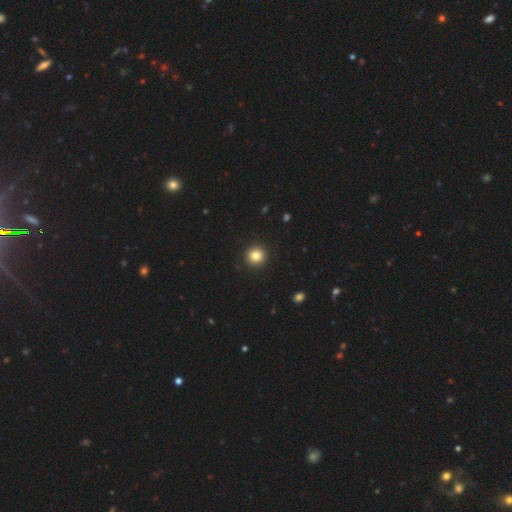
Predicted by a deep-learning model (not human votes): Smooth or featured?
  - smooth: 83% *
  - star or artifact: 11%
  - featured or disk: 6%
How rounded?
  - round: 94% *
  - in between: 5%
  - cigar-shaped: 1%
Merging?
  - none: 93% *
  - minor disturbance: 4%
  - major disturbance: 2%
  - merger: 1%